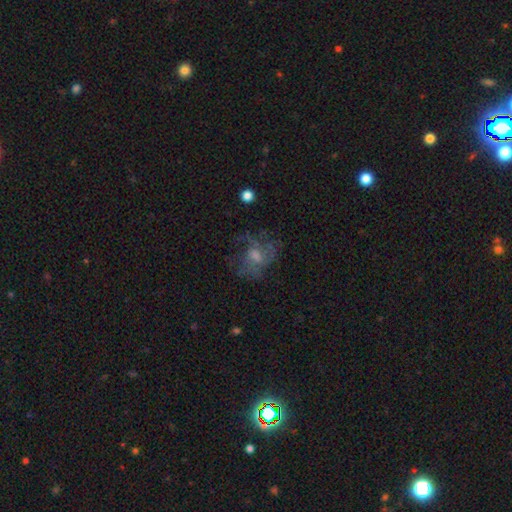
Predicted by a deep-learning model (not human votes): Morphology: type=featured or disk (59%); edge-on=no (97%); bar=no (61%); spiral arms=yes (65%); bulge=moderate (48%); merging=none (53%).